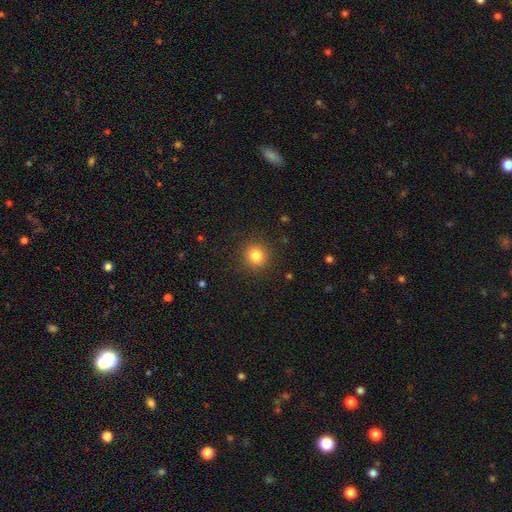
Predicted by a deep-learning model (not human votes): Smooth or featured? Predicted: smooth (p=0.83). How rounded? Predicted: round (p=0.92). Merging? Predicted: none (p=0.90).